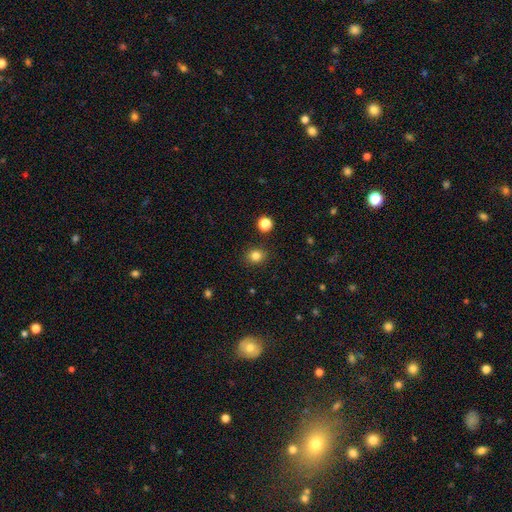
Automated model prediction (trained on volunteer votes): Smooth or featured?
  - smooth: 82% *
  - star or artifact: 13%
  - featured or disk: 5%
How rounded?
  - round: 71% *
  - in between: 28%
  - cigar-shaped: 1%
Merging?
  - none: 88% *
  - minor disturbance: 7%
  - major disturbance: 2%
  - merger: 2%